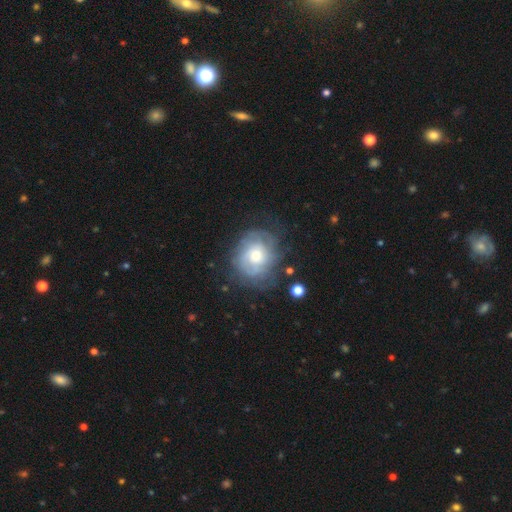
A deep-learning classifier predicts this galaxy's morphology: type=featured or disk (59%); edge-on=no (96%); bar=no (77%); spiral arms=yes (75%); bulge=moderate (63%); merging=none (73%).